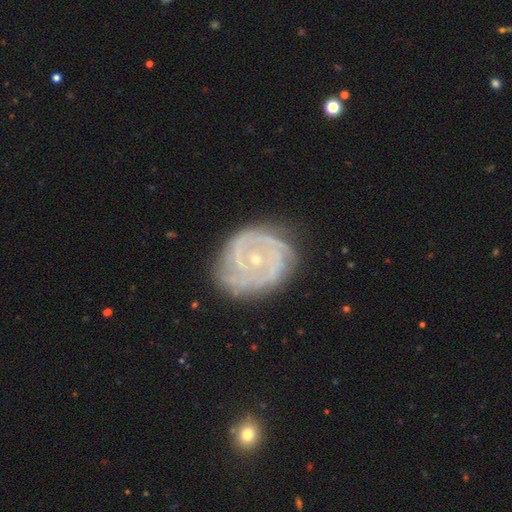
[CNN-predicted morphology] The model was most divided on "spiral arm count": 2: 34%, can't tell: 24%, 3: 22%, 4: 8%, 1: 7%, more than 4: 6%. More confident: edge-on disk — no (97%); spiral arms — yes (93%); smooth or featured — featured or disk (83%); bulge size — small (77%); merging — none (74%); spiral winding — tight (71%); bar — no (70%).